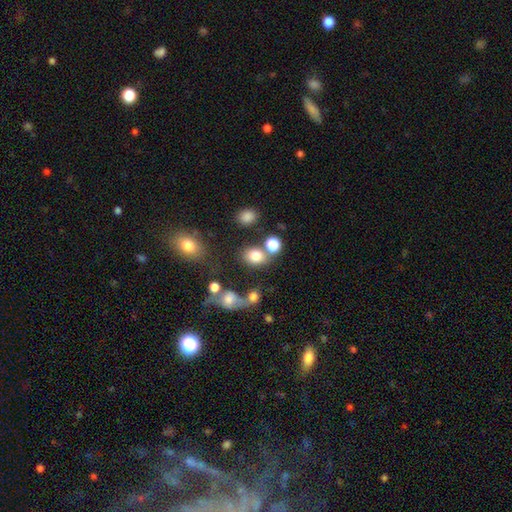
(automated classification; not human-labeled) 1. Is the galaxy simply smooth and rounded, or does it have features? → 78% smooth, 13% star or artifact, 9% featured or disk.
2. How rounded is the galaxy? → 54% in between, 45% round, 1% cigar-shaped.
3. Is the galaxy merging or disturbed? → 60% none, 21% merger, 13% minor disturbance, 7% major disturbance.